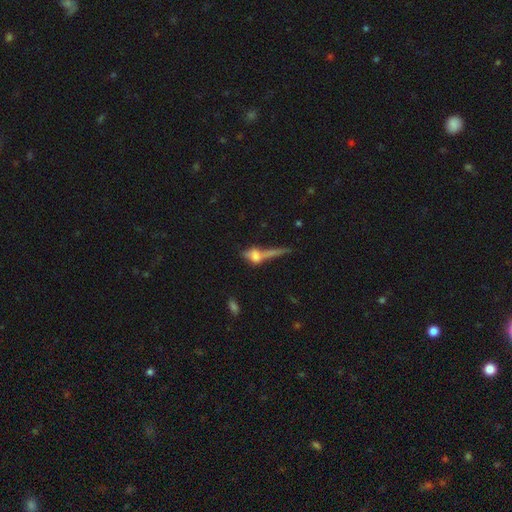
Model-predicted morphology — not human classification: Overall: smooth (51%; featured or disk 36%). How rounded: in between (43%; cigar-shaped 32%). Merging: merger (34%; none 33%).